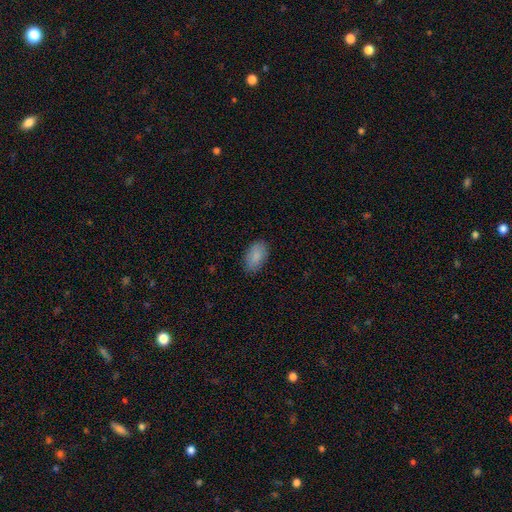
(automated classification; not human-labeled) Overall: smooth (87%). How rounded: in between (93%). Merging: none (81%).